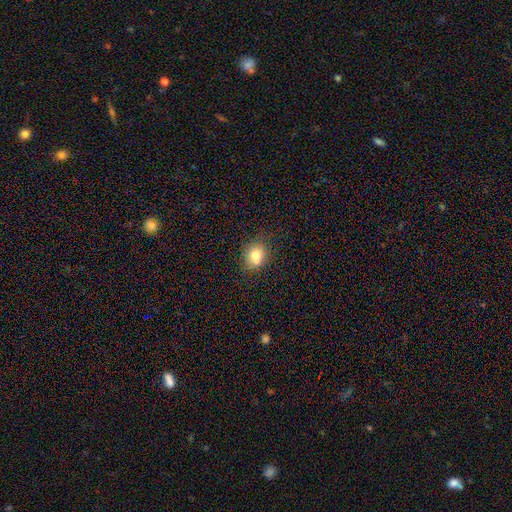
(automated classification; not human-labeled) The model was most divided on "how rounded": round: 63%, in between: 36%, cigar-shaped: 1%. More confident: smooth or featured — smooth (77%); merging — none (73%).